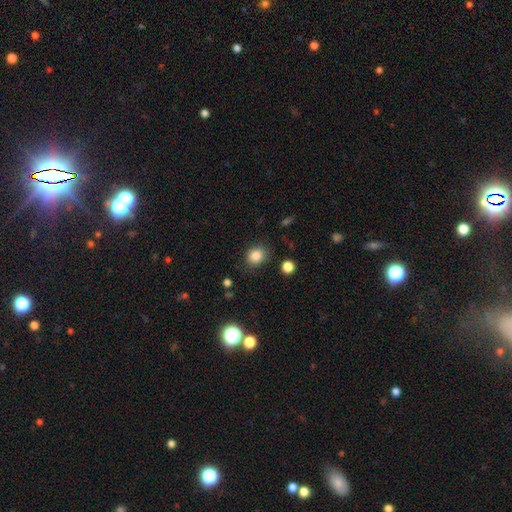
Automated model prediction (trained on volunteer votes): Q: Smooth or featured?
A: smooth (84%); runner-up: star or artifact (11%)
Q: How rounded?
A: round (71%); runner-up: in between (28%)
Q: Merging?
A: none (83%); runner-up: minor disturbance (12%)